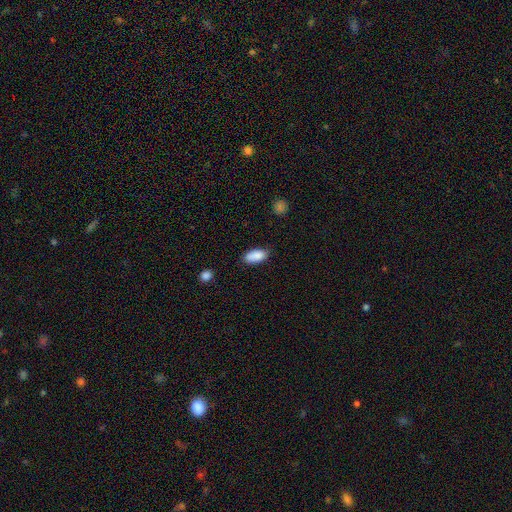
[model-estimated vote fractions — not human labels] This appears to be a smooth galaxy with no disk features (89%) that is in between round and cigar-shaped (91%). Merging: none (79%).